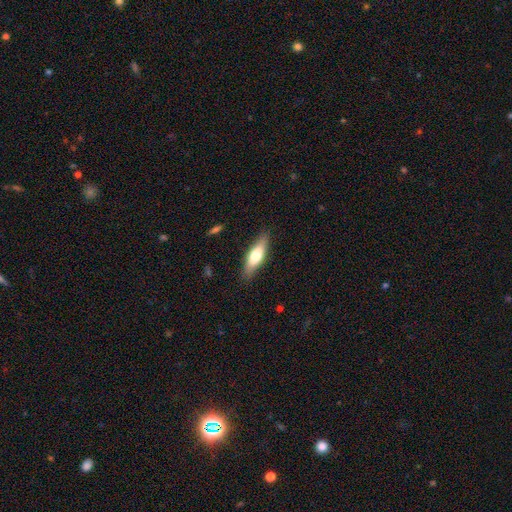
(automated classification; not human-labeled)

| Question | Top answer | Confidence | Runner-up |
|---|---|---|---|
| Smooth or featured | smooth | 63% | featured or disk (31%) |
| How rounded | cigar-shaped | 50% | in between (48%) |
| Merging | none | 85% | minor disturbance (11%) |